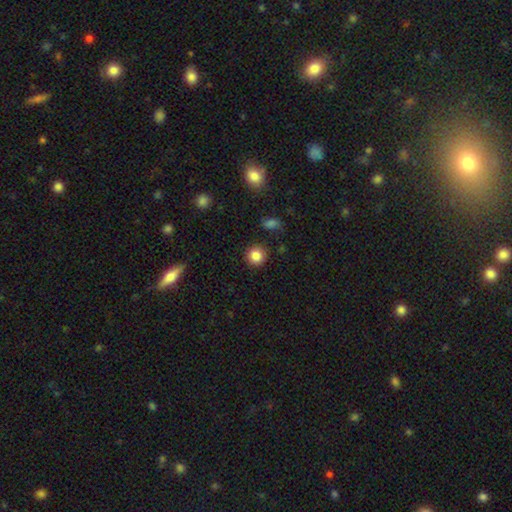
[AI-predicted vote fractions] smooth-or-featured: smooth: 85% | star or artifact: 11% | featured or disk: 5%
  how-rounded: round: 93% | in between: 7% | cigar-shaped: 1%
  merging: none: 90% | minor disturbance: 6% | major disturbance: 2% | merger: 2%